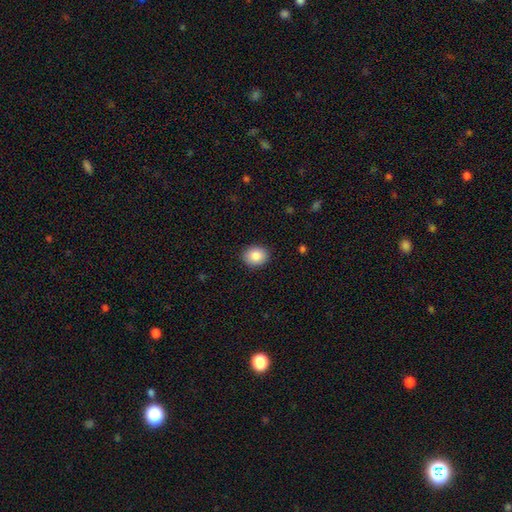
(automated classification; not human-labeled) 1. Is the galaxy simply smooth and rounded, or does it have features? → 86% smooth, 8% star or artifact, 6% featured or disk.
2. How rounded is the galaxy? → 58% round, 41% in between, 1% cigar-shaped.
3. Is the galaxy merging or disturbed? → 90% none, 7% minor disturbance, 2% major disturbance, 1% merger.